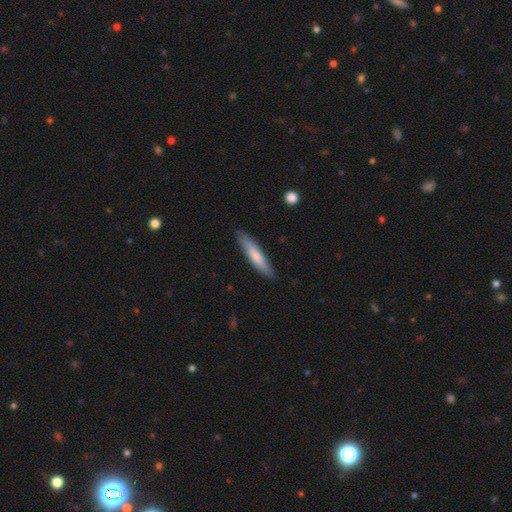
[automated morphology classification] This is likely a smooth galaxy (72%). How rounded: clearly cigar-shaped (86%). Merging: clearly none (87%).